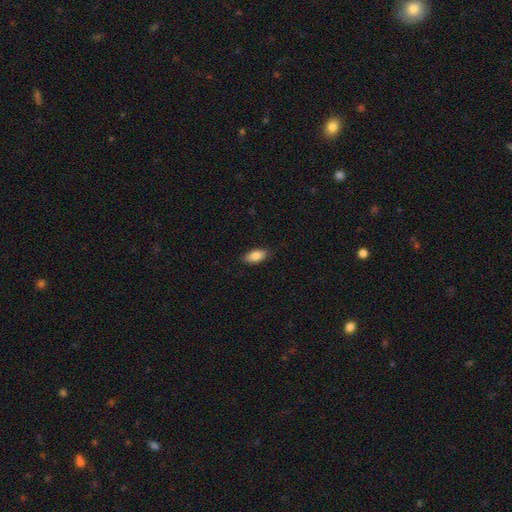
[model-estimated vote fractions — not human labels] This appears to be a smooth galaxy with no disk features (84%) that is in between round and cigar-shaped (89%). Merging: none (87%).